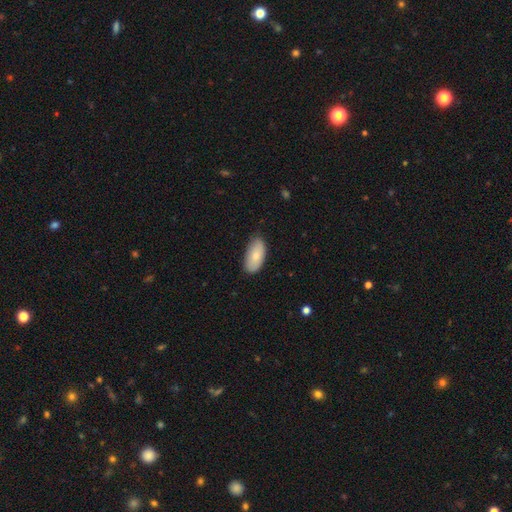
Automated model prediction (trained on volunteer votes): Morphology: type=smooth (80%); roundness=in between (94%); merging=none (77%).